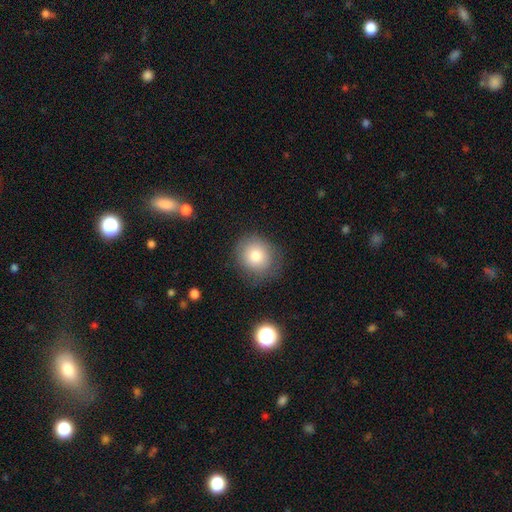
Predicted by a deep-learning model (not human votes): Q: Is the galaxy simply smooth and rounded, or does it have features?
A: smooth — 79%.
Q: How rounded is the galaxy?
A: round — 81%.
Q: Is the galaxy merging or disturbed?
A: none — 76%.